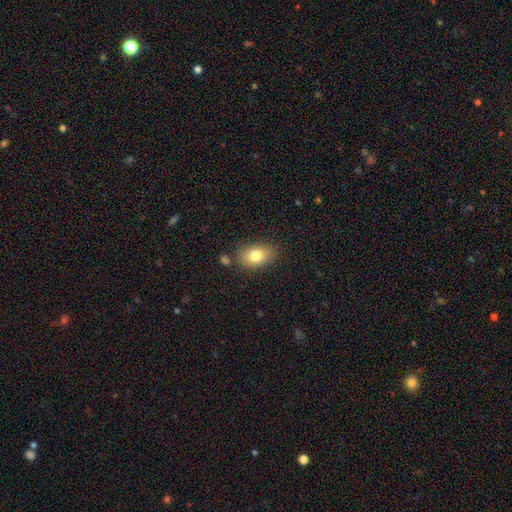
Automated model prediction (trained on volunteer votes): A smooth galaxy with no disk features (80%) that is in between round and cigar-shaped (83%).

Vote fractions:
- Smooth or featured? smooth: 80% / featured or disk: 12% / star or artifact: 9%
- How rounded? in between: 83% / round: 15% / cigar-shaped: 2%
- Merging? none: 78% / minor disturbance: 14% / merger: 4% / major disturbance: 4%